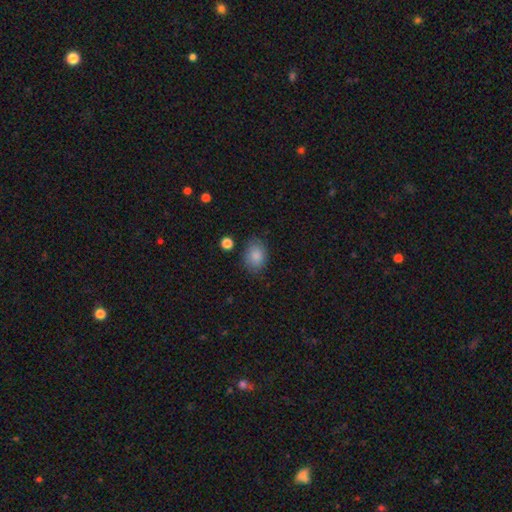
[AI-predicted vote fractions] Smooth or featured?
  - smooth: 86% *
  - star or artifact: 8%
  - featured or disk: 6%
How rounded?
  - in between: 72% *
  - round: 27%
  - cigar-shaped: 1%
Merging?
  - none: 77% *
  - minor disturbance: 16%
  - major disturbance: 4%
  - merger: 2%